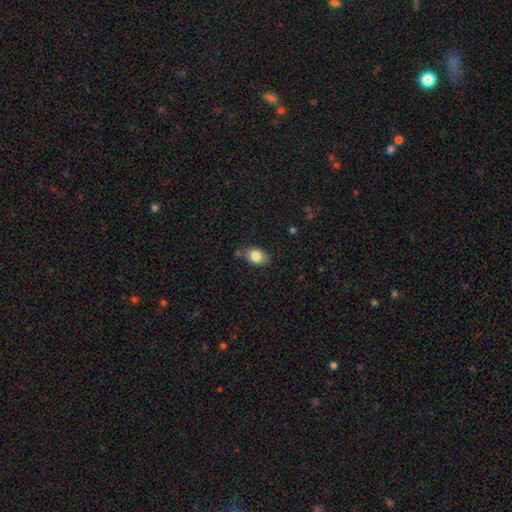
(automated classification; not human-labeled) Overall: smooth (83%). How rounded: in between (74%). Merging: none (73%).